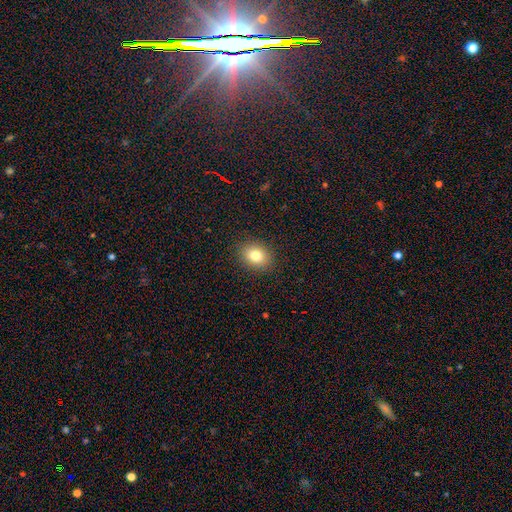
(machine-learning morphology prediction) Smooth or featured? smooth (81%)
How rounded? in between (56%)
Merging? none (89%)